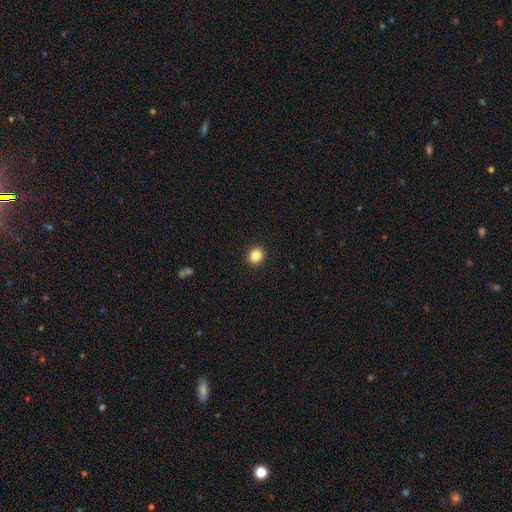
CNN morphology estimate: Smooth or featured: smooth — 85% (star or artifact — 10%)
How rounded: round — 72% (in between — 27%)
Merging: none — 92% (minor disturbance — 5%)